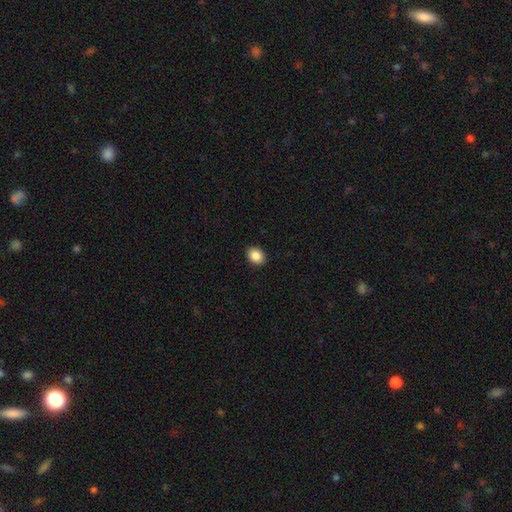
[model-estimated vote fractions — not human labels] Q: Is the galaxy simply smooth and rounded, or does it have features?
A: smooth — 88%.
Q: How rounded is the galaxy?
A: in between — 55%.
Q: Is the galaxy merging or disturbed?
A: none — 91%.